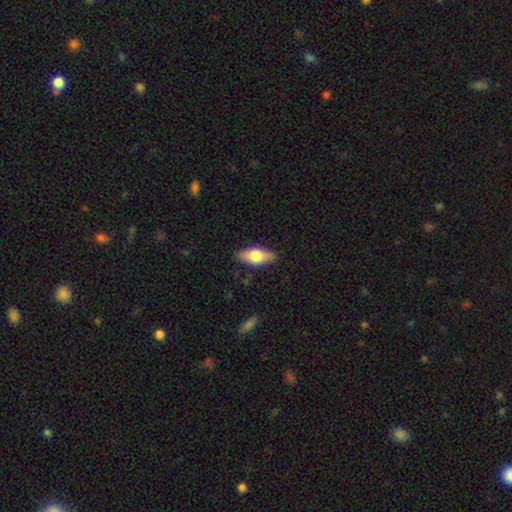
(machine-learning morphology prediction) This appears to be a smooth galaxy with no disk features (65%) that is in between round and cigar-shaped (80%). Merging: none (86%).